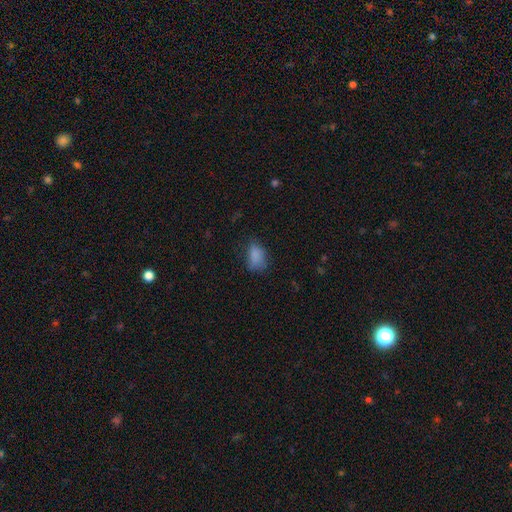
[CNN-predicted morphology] Smooth or featured? Predicted: smooth (p=0.81). How rounded? Predicted: in between (p=0.82). Merging? Predicted: none (p=0.56).